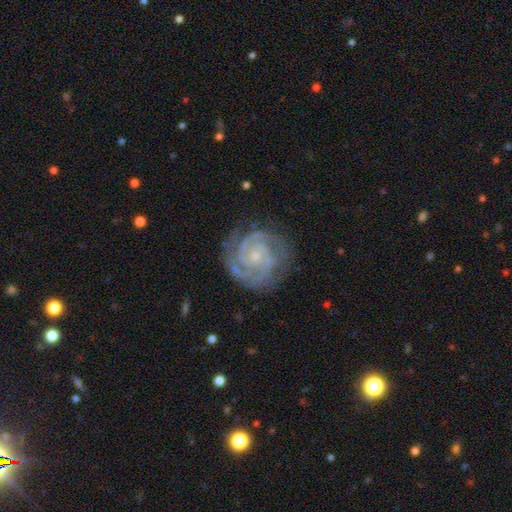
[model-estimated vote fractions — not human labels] Smooth or featured?
  - featured or disk: 92% *
  - star or artifact: 4%
  - smooth: 3%
Edge-on disk?
  - no: 98% *
  - yes: 2%
Bar?
  - no: 70% *
  - weak: 22%
  - strong: 7%
Spiral arms?
  - yes: 99% *
  - no: 1%
Spiral winding?
  - tight: 78% *
  - medium: 20%
  - loose: 2%
Spiral arm count?
  - 2: 48% *
  - 3: 28%
  - can't tell: 7%
  - 4: 7%
  - more than 4: 4%
  - 1: 4%
Bulge size?
  - small: 79% *
  - moderate: 14%
  - none: 5%
  - large: 1%
  - dominant: 1%
Merging?
  - none: 80% *
  - minor disturbance: 15%
  - major disturbance: 4%
  - merger: 1%